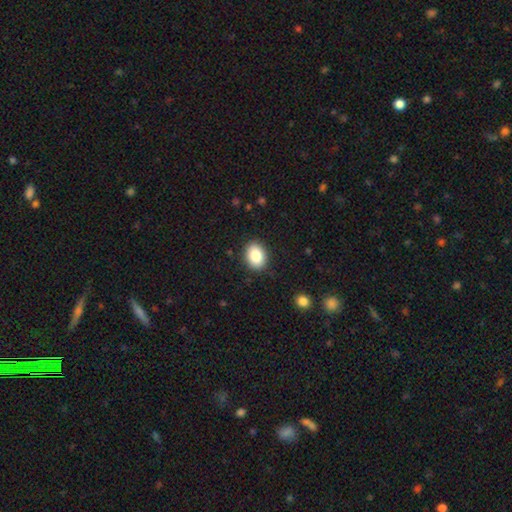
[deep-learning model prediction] Morphology: type=smooth (87%); roundness=in between (72%); merging=none (88%).